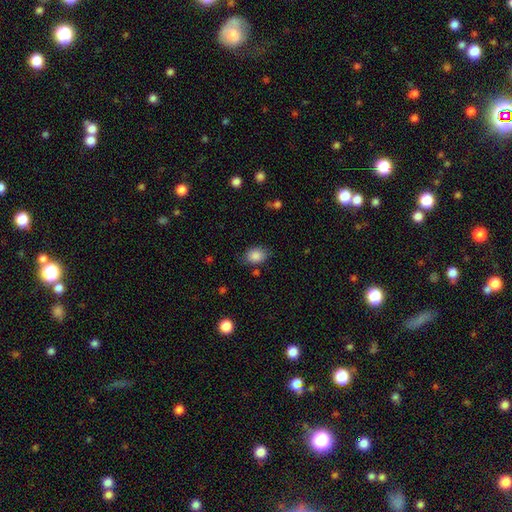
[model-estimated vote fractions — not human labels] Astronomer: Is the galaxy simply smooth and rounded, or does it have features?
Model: smooth — 87%.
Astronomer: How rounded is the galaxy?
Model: in between — 66%.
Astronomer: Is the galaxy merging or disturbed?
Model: none — 76%.